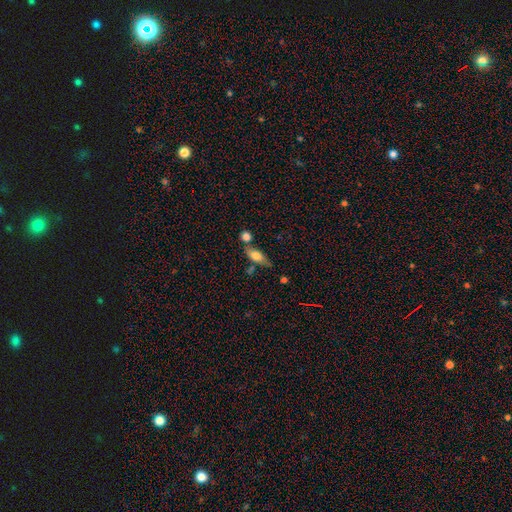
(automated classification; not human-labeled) The model was most divided on "merging": none: 55%, merger: 21%, minor disturbance: 18%, major disturbance: 6%. More confident: how rounded — in between (69%); smooth or featured — smooth (68%).